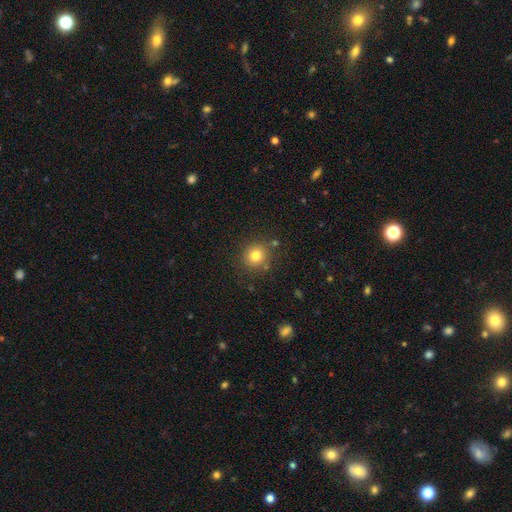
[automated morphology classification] This appears to be a smooth galaxy with no disk features (78%) that is round (90%). Merging: none (83%).